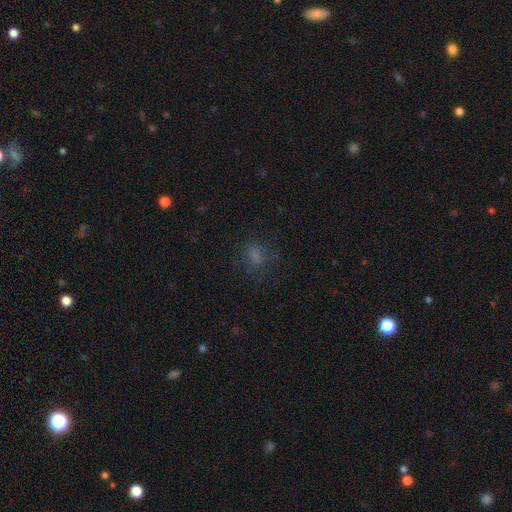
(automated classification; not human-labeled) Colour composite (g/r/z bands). It shows a smooth galaxy with no disk features (66%) that is round (52%). Merging: none (68%).